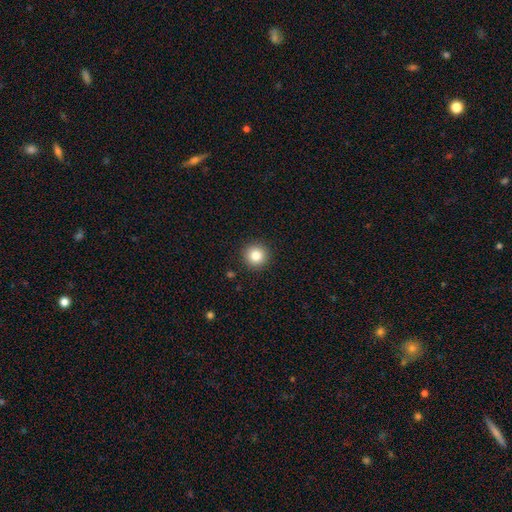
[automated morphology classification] smooth_or_featured: smooth (p=0.83) [alt: star or artifact p=0.11]
how_rounded: round (p=0.95) [alt: in between p=0.04]
merging: none (p=0.92) [alt: minor disturbance p=0.05]